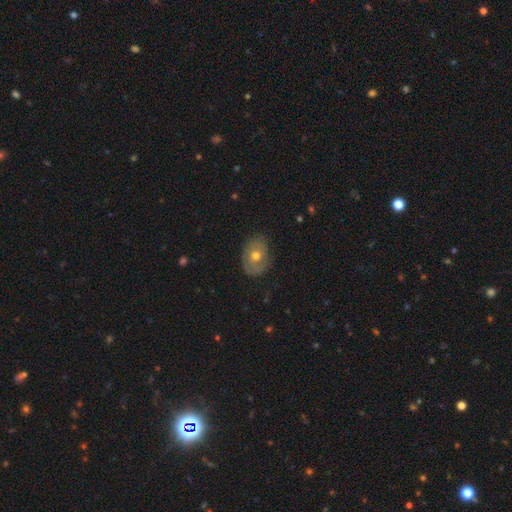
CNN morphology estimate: type=featured or disk (48%); merging=none (76%).